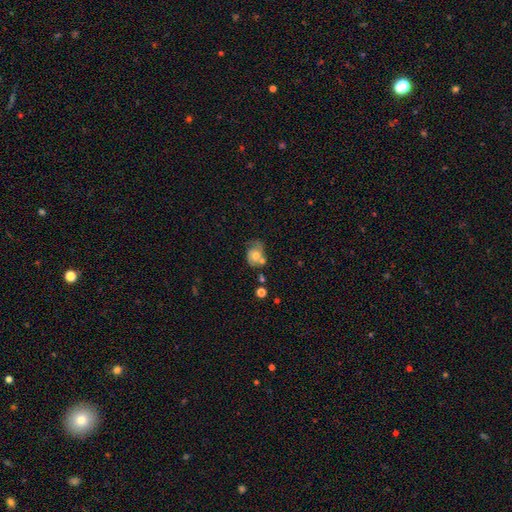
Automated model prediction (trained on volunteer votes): Q: Smooth or featured?
A: smooth (53%); runner-up: featured or disk (37%)
Q: How rounded?
A: in between (54%); runner-up: round (44%)
Q: Merging?
A: none (37%); runner-up: merger (26%)